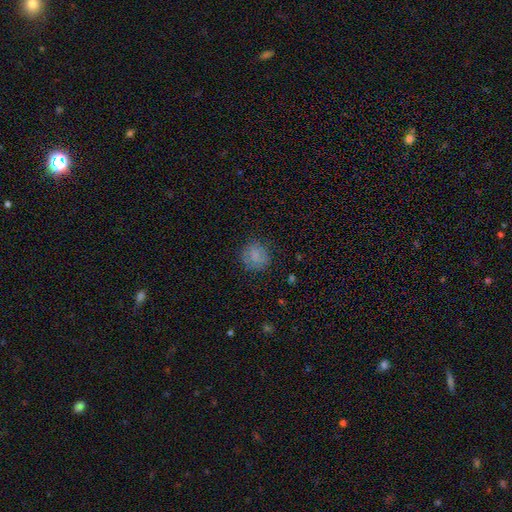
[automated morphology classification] Q: Smooth or featured?
A: smooth (75%); runner-up: featured or disk (12%)
Q: How rounded?
A: round (83%); runner-up: in between (16%)
Q: Merging?
A: none (79%); runner-up: minor disturbance (14%)